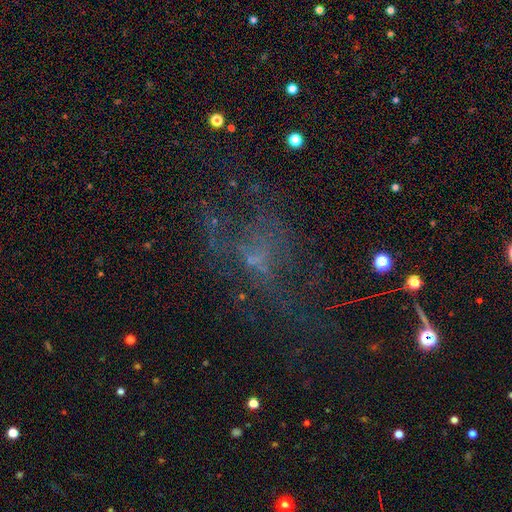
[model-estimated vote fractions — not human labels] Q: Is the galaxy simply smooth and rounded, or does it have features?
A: featured or disk — 43%.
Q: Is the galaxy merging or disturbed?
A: none — 42%.